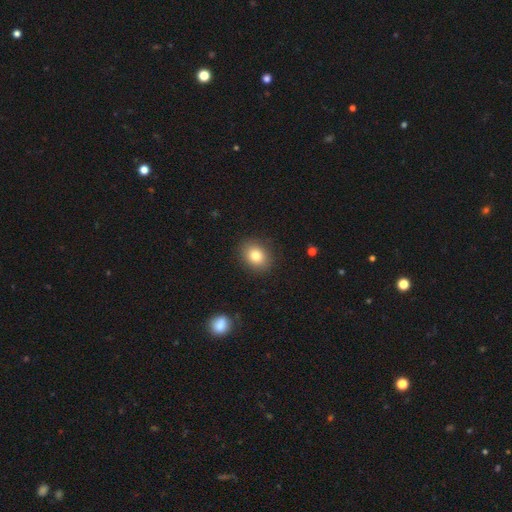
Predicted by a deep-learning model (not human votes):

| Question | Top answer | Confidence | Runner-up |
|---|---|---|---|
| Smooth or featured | smooth | 82% | star or artifact (10%) |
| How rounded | round | 54% | in between (45%) |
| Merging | none | 89% | minor disturbance (8%) |